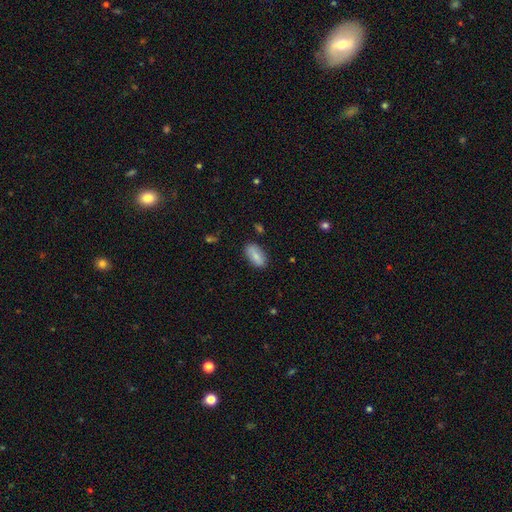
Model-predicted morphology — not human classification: smooth-or-featured: smooth: 81% | featured or disk: 12% | star or artifact: 7%
  how-rounded: in between: 89% | cigar-shaped: 8% | round: 3%
  merging: none: 82% | minor disturbance: 13% | major disturbance: 3% | merger: 2%